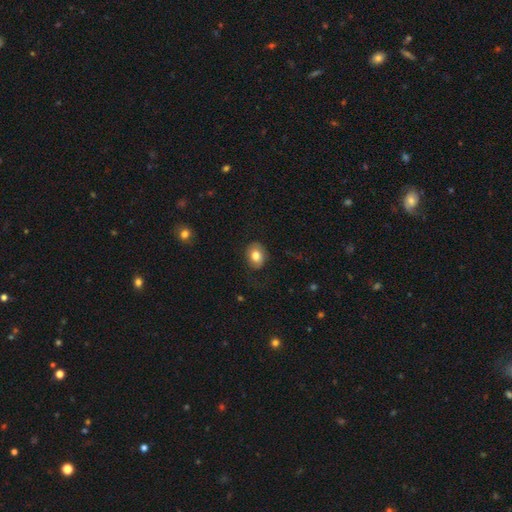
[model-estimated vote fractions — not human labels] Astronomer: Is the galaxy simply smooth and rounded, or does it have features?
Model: smooth — 79%.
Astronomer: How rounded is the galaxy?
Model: in between — 55% (runner-up: round, 44%).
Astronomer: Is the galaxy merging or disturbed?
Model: none — 78%.